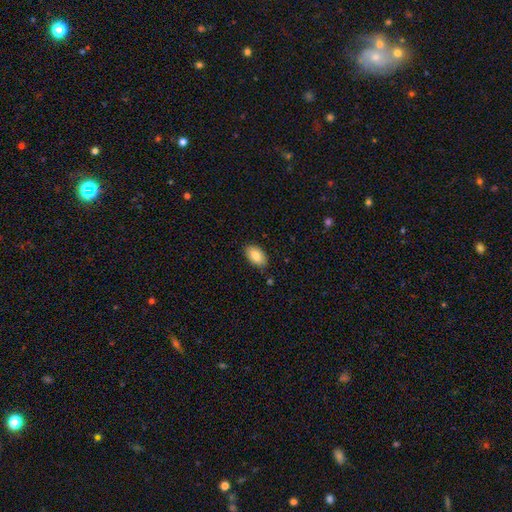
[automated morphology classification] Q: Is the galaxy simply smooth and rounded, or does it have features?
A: smooth — 86%.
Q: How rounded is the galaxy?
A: in between — 93%.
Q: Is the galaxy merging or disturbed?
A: none — 85%.